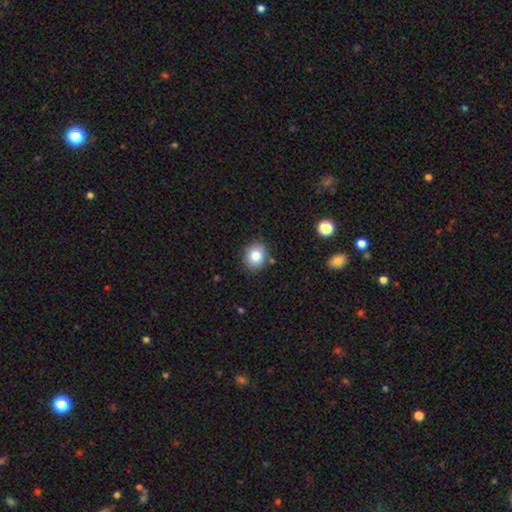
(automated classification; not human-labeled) The model was most divided on "how rounded": round: 61%, in between: 38%, cigar-shaped: 1%. More confident: merging — none (85%); smooth or featured — smooth (83%).